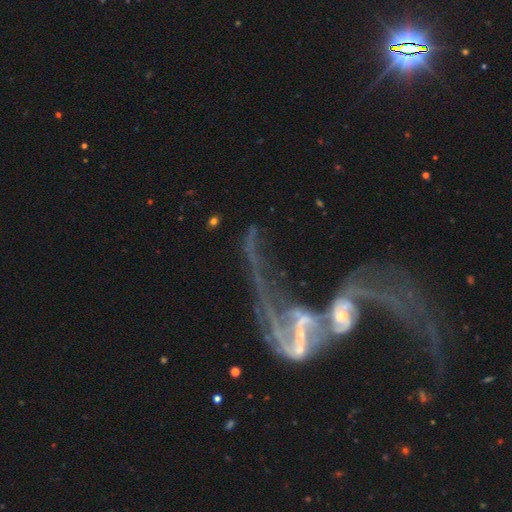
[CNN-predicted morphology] This appears to be a featured or disk galaxy (78%) with no bar (45%), 2 (64%) loose (81%) spiral arms (73%) and a small central bulge (48%). Merging: merger (63%).